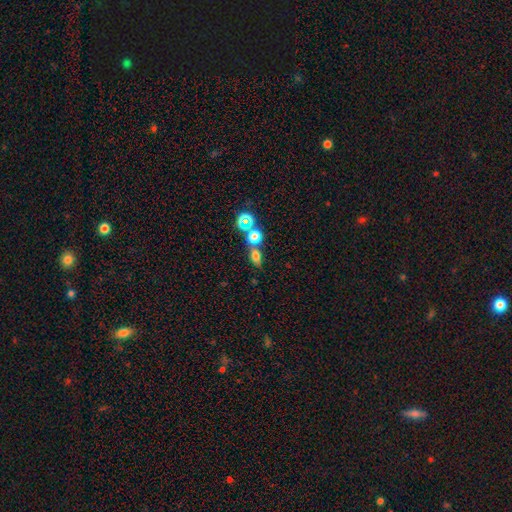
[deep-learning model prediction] smooth 67%, star or artifact 20%, featured or disk 13%. Down the decision tree: how rounded — in between (63%); merging — none (50%).